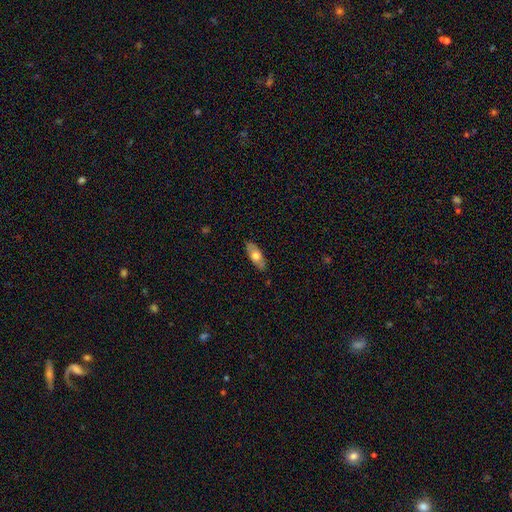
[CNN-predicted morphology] Smooth or featured: smooth — 59% (featured or disk — 35%)
How rounded: in between — 78% (cigar-shaped — 19%)
Merging: none — 85% (minor disturbance — 12%)